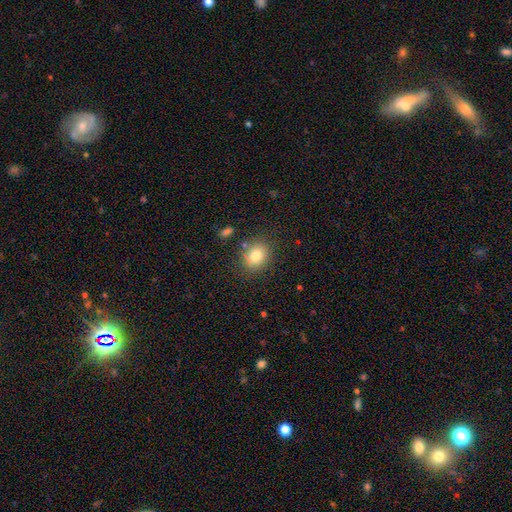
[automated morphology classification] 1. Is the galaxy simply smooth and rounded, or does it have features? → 80% smooth, 10% star or artifact, 10% featured or disk.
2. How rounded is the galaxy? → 59% round, 41% in between, 1% cigar-shaped.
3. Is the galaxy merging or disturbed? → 79% none, 13% minor disturbance, 4% merger, 4% major disturbance.